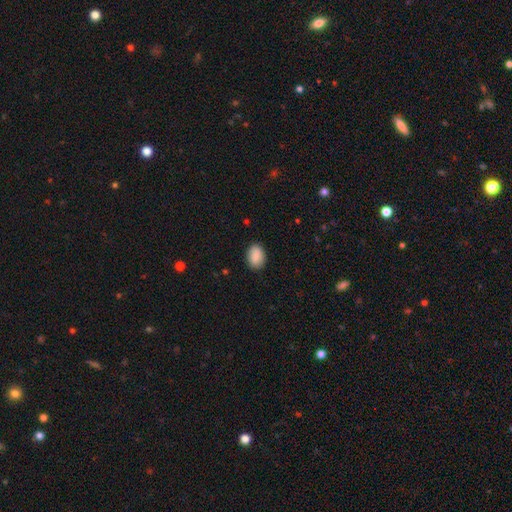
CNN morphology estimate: Smooth or featured? Predicted: smooth (p=0.90). How rounded? Predicted: in between (p=0.78). Merging? Predicted: none (p=0.85).